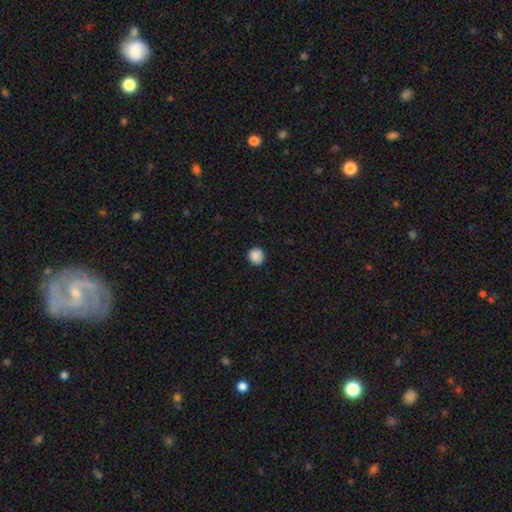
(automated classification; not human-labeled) Morphology: type=smooth (88%); roundness=round (87%); merging=none (87%).